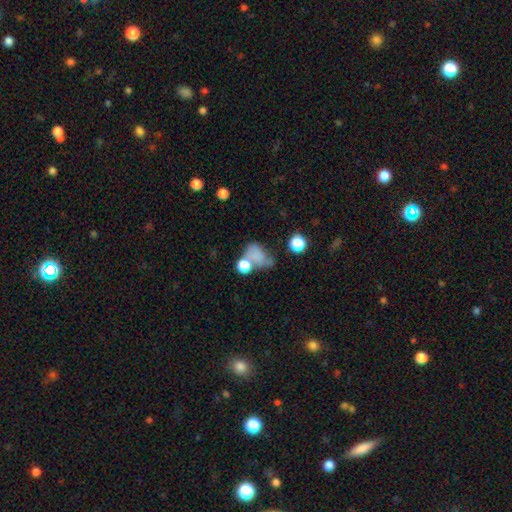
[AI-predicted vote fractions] A smooth galaxy with no disk features (68%) that is in between round and cigar-shaped (67%).

Vote fractions:
- Smooth or featured? smooth: 68% / featured or disk: 16% / star or artifact: 16%
- How rounded? in between: 67% / round: 30% / cigar-shaped: 2%
- Merging? merger: 29% / none: 27% / major disturbance: 24% / minor disturbance: 20%